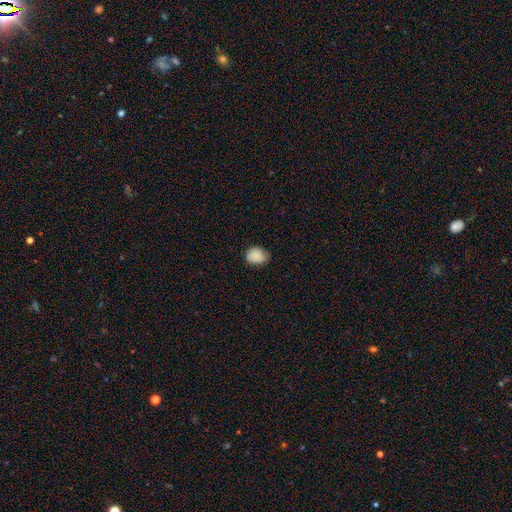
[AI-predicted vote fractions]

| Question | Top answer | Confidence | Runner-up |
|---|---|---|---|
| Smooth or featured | smooth | 86% | star or artifact (8%) |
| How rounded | in between | 53% | round (46%) |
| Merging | none | 66% | minor disturbance (29%) |